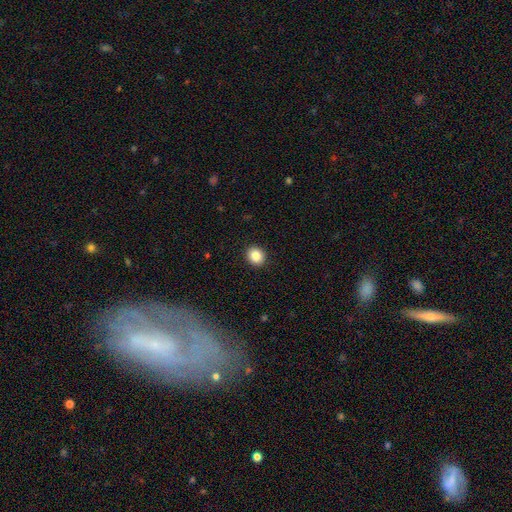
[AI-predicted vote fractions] smooth_or_featured: smooth (p=0.86) [alt: star or artifact p=0.10]
how_rounded: round (p=0.79) [alt: in between p=0.20]
merging: none (p=0.92) [alt: minor disturbance p=0.05]